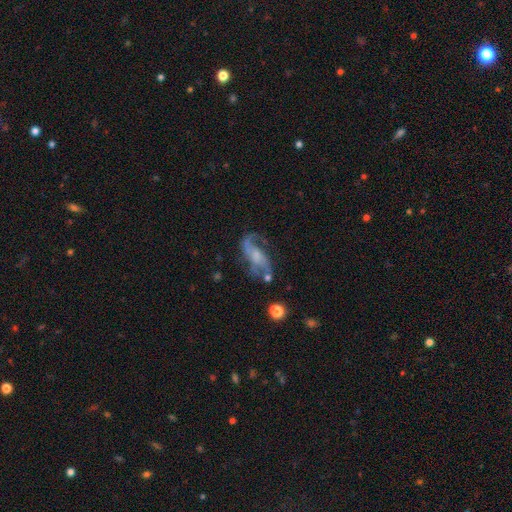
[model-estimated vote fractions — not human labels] This is likely a featured or disk galaxy (78%). It is clearly not viewed edge-on (94%). Bar: possibly no (48%). Spiral arm pattern: clearly yes (89%). Spiral arm count: likely 2 (76%). Spiral winding: possibly loose (54%). Central bulge: marginally small (34%). Merging: possibly none (49%).